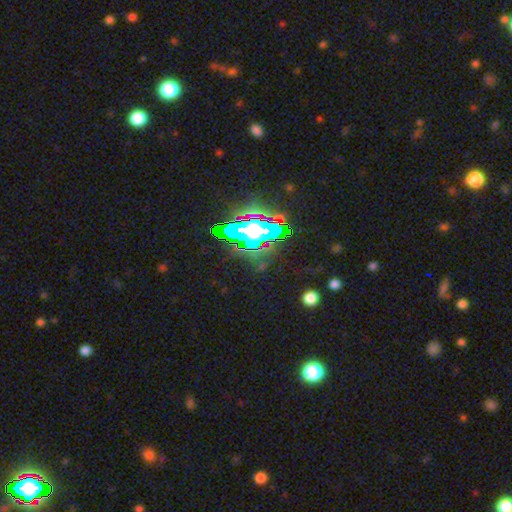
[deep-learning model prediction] Smooth or featured?
  - star or artifact: 65% *
  - smooth: 18%
  - featured or disk: 17%